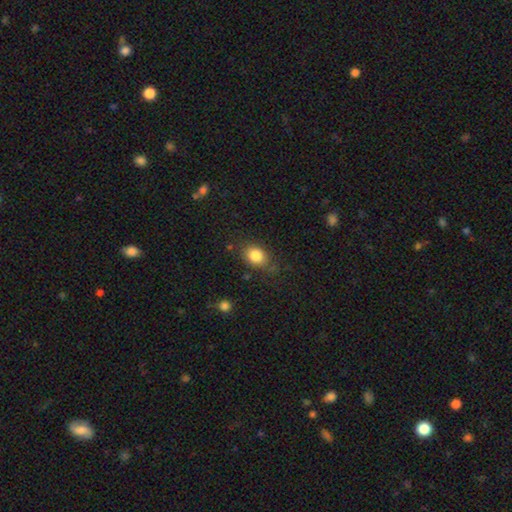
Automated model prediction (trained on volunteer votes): Smooth or featured?
  - smooth: 84% *
  - star or artifact: 9%
  - featured or disk: 7%
How rounded?
  - in between: 59% *
  - round: 40%
  - cigar-shaped: 1%
Merging?
  - none: 74% *
  - minor disturbance: 18%
  - major disturbance: 6%
  - merger: 3%